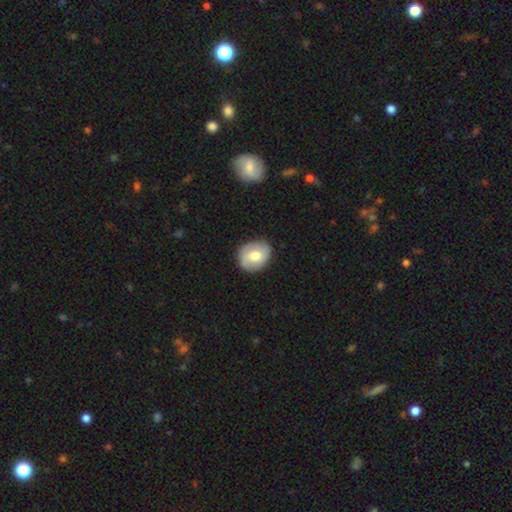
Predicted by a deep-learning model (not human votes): Q: Smooth or featured?
A: smooth (62%); runner-up: featured or disk (31%)
Q: How rounded?
A: round (58%); runner-up: in between (41%)
Q: Merging?
A: none (79%); runner-up: minor disturbance (16%)